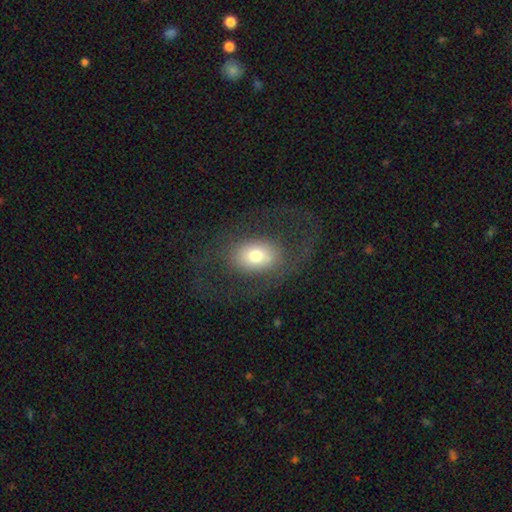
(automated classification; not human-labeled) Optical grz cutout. It shows a smooth galaxy with no disk features (53%) that is in between round and cigar-shaped (78%). Merging: none (61%).